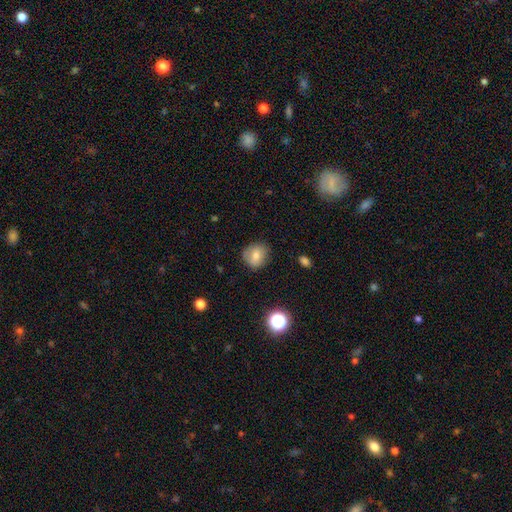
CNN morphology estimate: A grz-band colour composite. It shows a smooth galaxy with no disk features (74%) that is round (74%). Merging: none (79%).